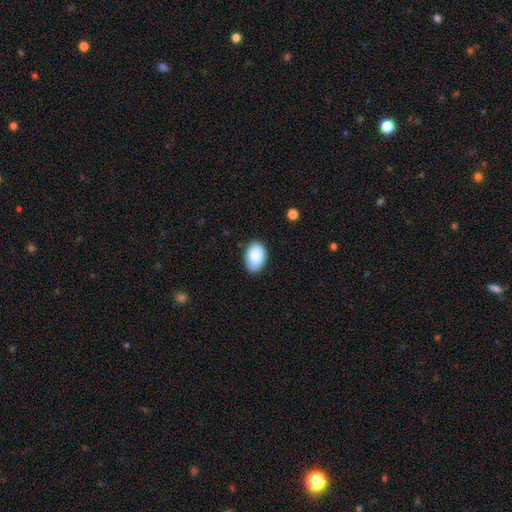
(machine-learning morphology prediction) smooth_or_featured: smooth (p=0.86) [alt: featured or disk p=0.07]
how_rounded: in between (p=0.89) [alt: round p=0.10]
merging: none (p=0.80) [alt: minor disturbance p=0.16]